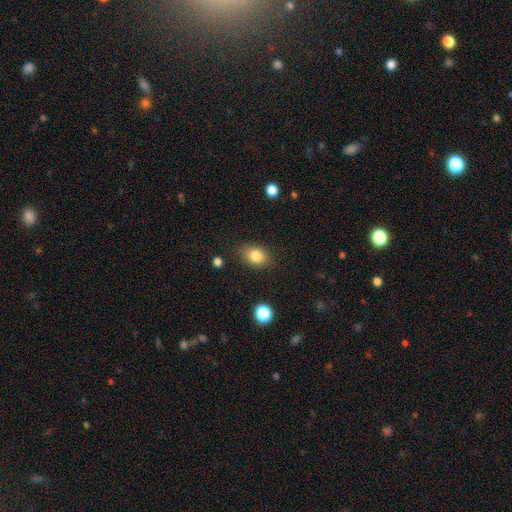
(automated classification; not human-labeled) smooth-or-featured: smooth: 83% | star or artifact: 9% | featured or disk: 7%
  how-rounded: in between: 71% | round: 27% | cigar-shaped: 1%
  merging: none: 83% | minor disturbance: 13% | major disturbance: 3% | merger: 1%